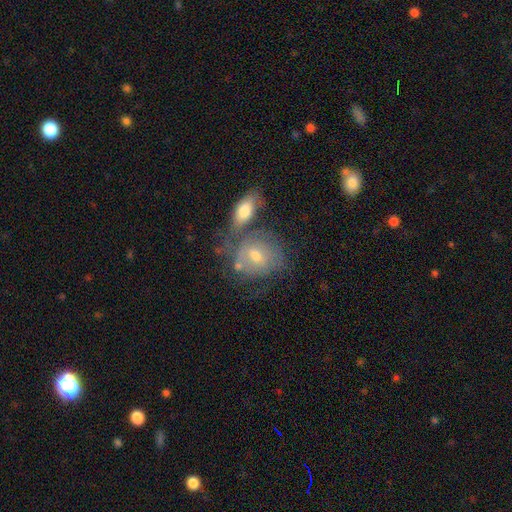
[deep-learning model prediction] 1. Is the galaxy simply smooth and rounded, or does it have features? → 47% smooth, 44% featured or disk, 9% star or artifact.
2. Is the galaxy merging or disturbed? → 39% none, 35% merger, 17% minor disturbance, 9% major disturbance.